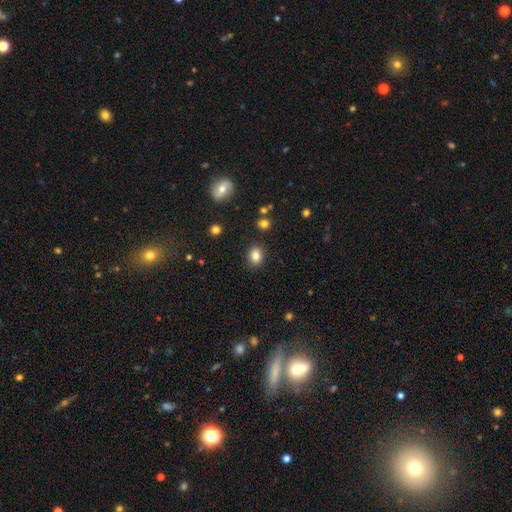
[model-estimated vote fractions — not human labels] Overall: smooth (84%). How rounded: in between (54%; round 45%). Merging: none (87%).